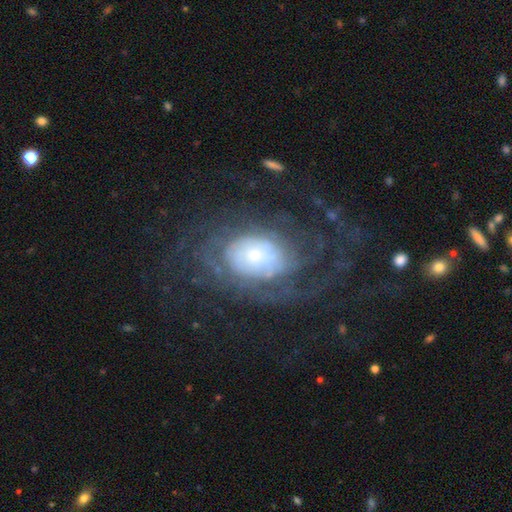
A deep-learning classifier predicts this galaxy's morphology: Smooth or featured: featured or disk — 75% (smooth — 16%)
Edge-on disk: no — 96% (yes — 4%)
Bar: no — 81% (weak — 15%)
Spiral arms: yes — 83% (no — 17%)
Spiral winding: tight — 55% (medium — 26%)
Spiral arm count: can't tell — 49% (2 — 15%)
Bulge size: small — 49% (moderate — 31%)
Merging: none — 59% (major disturbance — 23%)